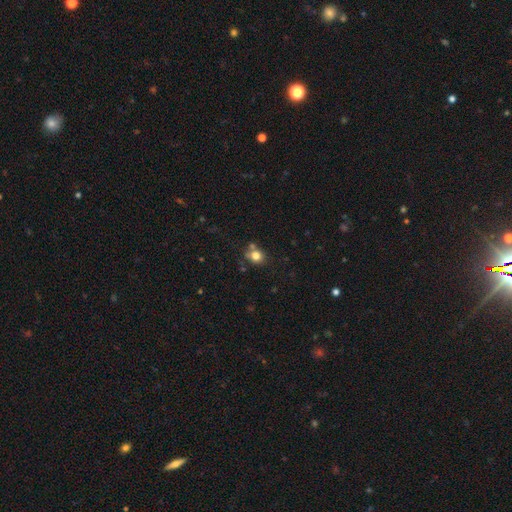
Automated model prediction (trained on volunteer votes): This appears to be a smooth galaxy with no disk features (78%) that is round (75%). Merging: none (65%).